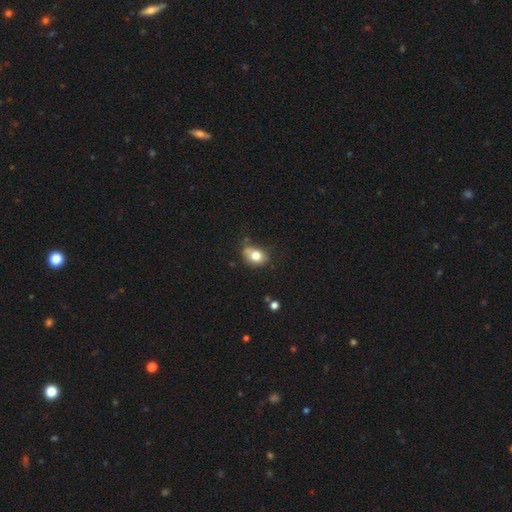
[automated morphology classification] This is likely a smooth galaxy (75%). How rounded: possibly in between (59%). Merging: possibly none (50%).